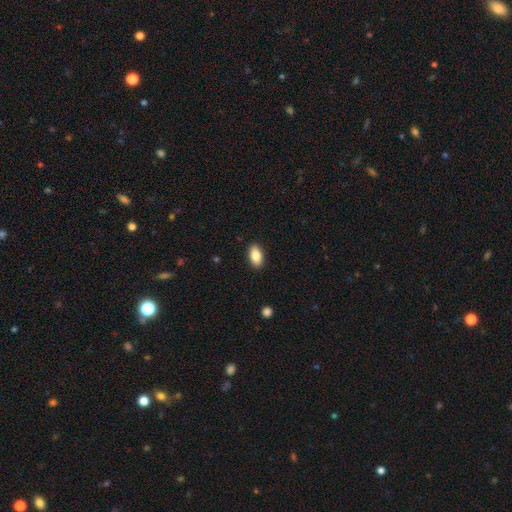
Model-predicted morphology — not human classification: This appears to be a smooth galaxy with no disk features (84%) that is in between round and cigar-shaped (91%). Merging: none (90%).